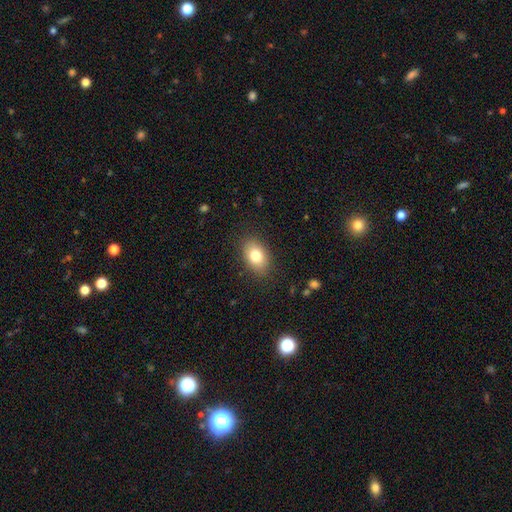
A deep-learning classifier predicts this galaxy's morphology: A smooth galaxy with no disk features (79%) that is in between round and cigar-shaped (83%).

Vote fractions:
- Smooth or featured? smooth: 79% / featured or disk: 12% / star or artifact: 9%
- How rounded? in between: 83% / round: 16% / cigar-shaped: 1%
- Merging? none: 86% / minor disturbance: 10% / major disturbance: 3% / merger: 1%